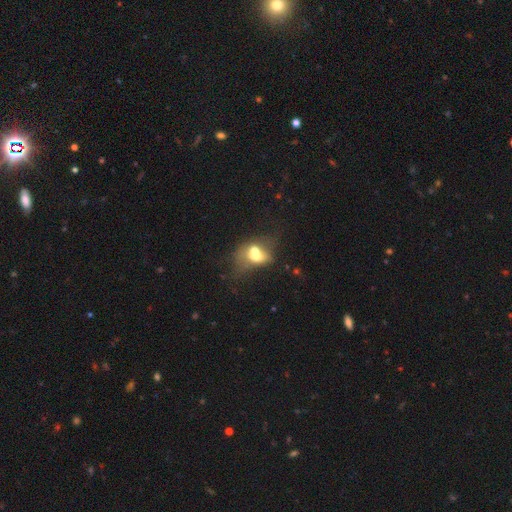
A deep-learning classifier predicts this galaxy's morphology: The model was most divided on "smooth or featured": smooth: 54%, featured or disk: 35%, star or artifact: 11%. More confident: merging — merger (65%); how rounded — in between (60%).